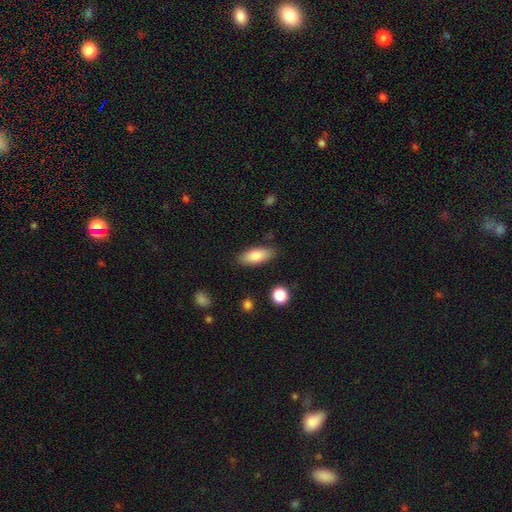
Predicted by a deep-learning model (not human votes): Smooth or featured? Predicted: smooth (p=0.83). How rounded? Predicted: in between (p=0.78). Merging? Predicted: none (p=0.84).